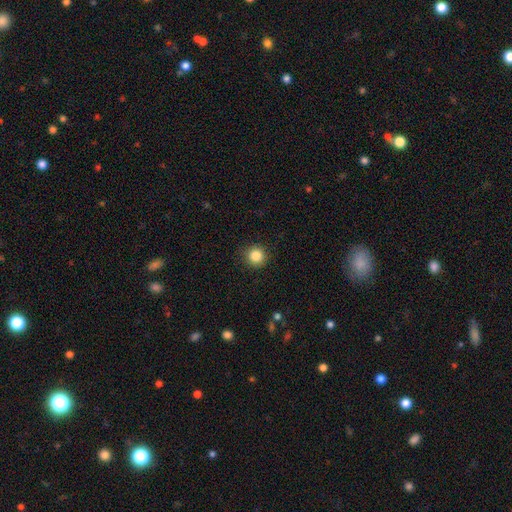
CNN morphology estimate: smooth_or_featured: smooth (p=0.85) [alt: star or artifact p=0.11]
how_rounded: round (p=0.94) [alt: in between p=0.05]
merging: none (p=0.90) [alt: minor disturbance p=0.07]